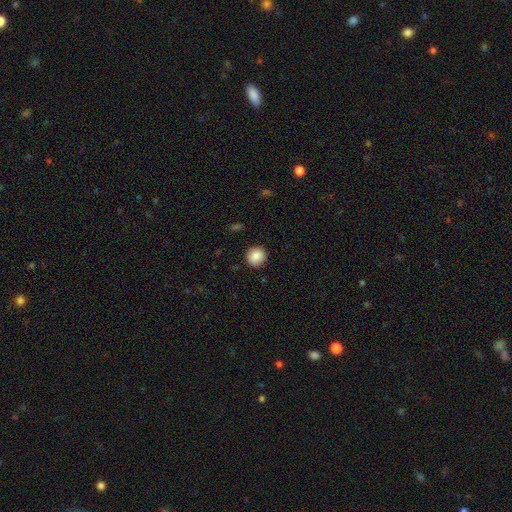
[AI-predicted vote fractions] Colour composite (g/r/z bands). It shows a smooth galaxy with no disk features (87%) that is round (91%). Merging: none (88%).